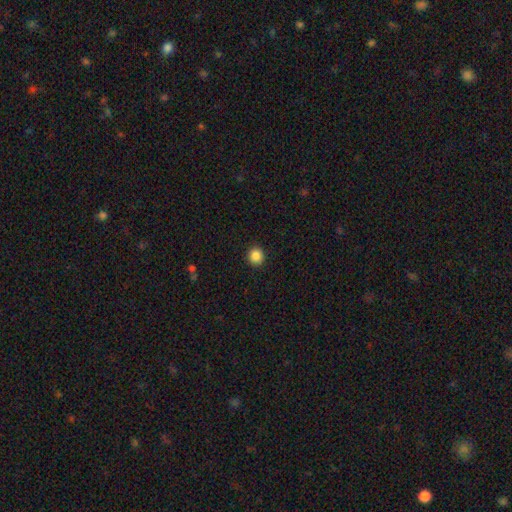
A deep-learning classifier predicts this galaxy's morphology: smooth 87%, star or artifact 10%, featured or disk 3%. Down the decision tree: how rounded — round (91%); merging — none (92%).